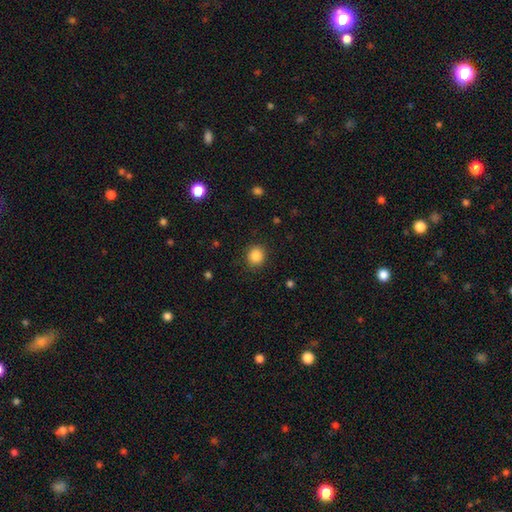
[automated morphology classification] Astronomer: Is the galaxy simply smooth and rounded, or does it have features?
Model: smooth — 87%.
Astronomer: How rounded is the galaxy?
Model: round — 82%.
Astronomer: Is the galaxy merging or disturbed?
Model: none — 88%.